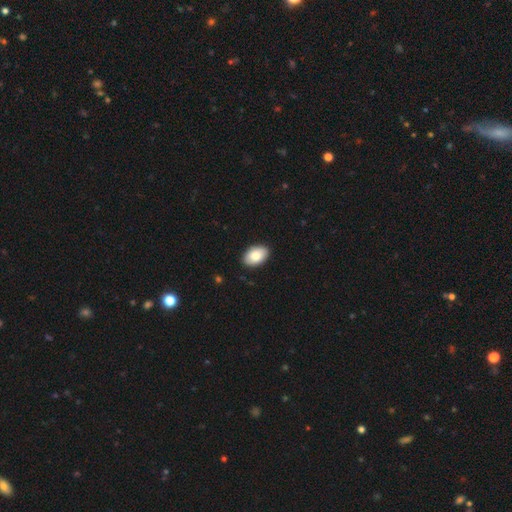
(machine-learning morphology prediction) type=smooth (84%); roundness=in between (92%); merging=none (90%).